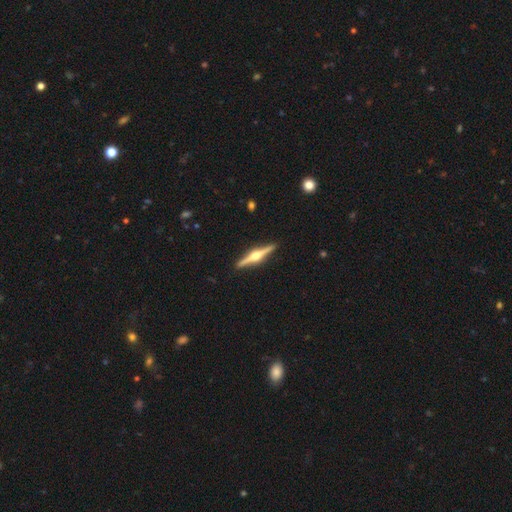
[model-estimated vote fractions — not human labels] smooth_or_featured: featured or disk (p=0.83) [alt: smooth p=0.13]
disk_edge_on: yes (p=0.98) [alt: no p=0.02]
edge_on_bulge: rounded (p=0.95) [alt: boxy p=0.03]
merging: none (p=0.92) [alt: minor disturbance p=0.06]